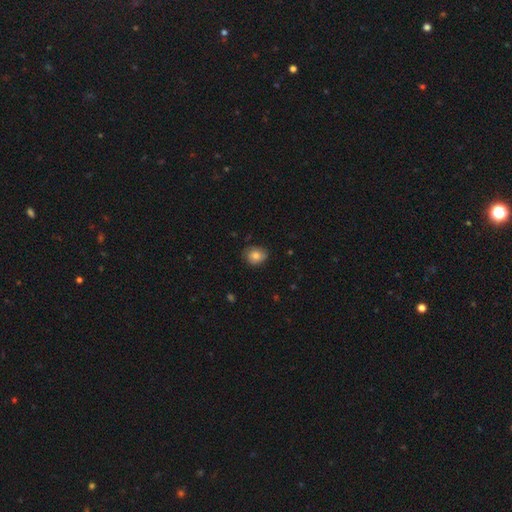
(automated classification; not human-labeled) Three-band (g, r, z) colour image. It shows a smooth galaxy with no disk features (74%) that is round (65%). Merging: none (76%).